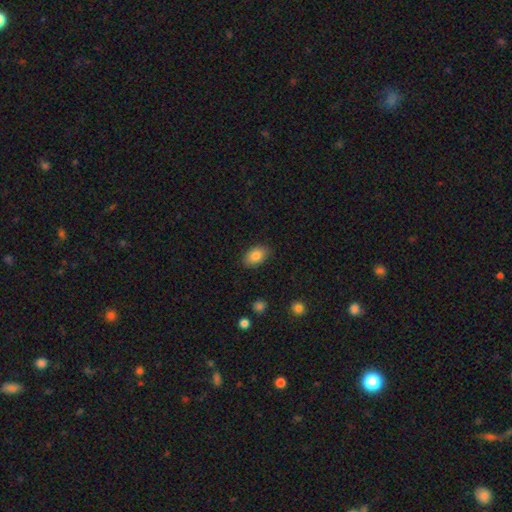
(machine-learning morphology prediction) smooth-or-featured: smooth: 84% | featured or disk: 8% | star or artifact: 8%
  how-rounded: in between: 90% | round: 9% | cigar-shaped: 2%
  merging: none: 85% | minor disturbance: 12% | major disturbance: 2% | merger: 1%